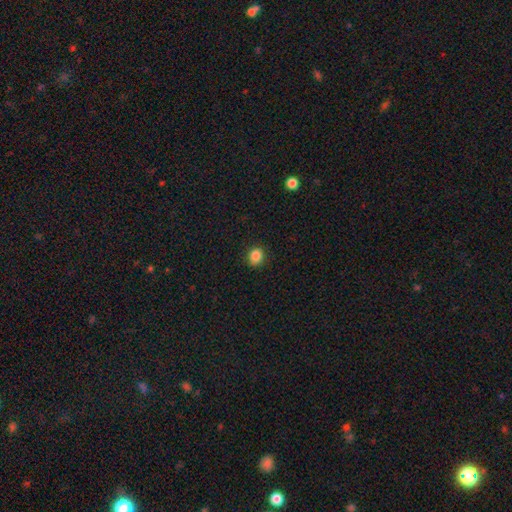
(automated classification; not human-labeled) Smooth or featured?
  - smooth: 86% *
  - star or artifact: 11%
  - featured or disk: 4%
How rounded?
  - round: 67% *
  - in between: 32%
  - cigar-shaped: 1%
Merging?
  - none: 88% *
  - minor disturbance: 9%
  - major disturbance: 2%
  - merger: 1%